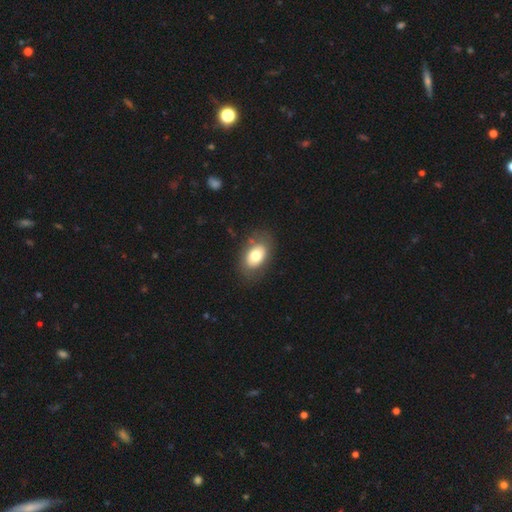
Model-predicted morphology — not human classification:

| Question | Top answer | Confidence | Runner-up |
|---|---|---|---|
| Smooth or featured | smooth | 71% | featured or disk (22%) |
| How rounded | in between | 87% | round (12%) |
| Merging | none | 80% | minor disturbance (14%) |